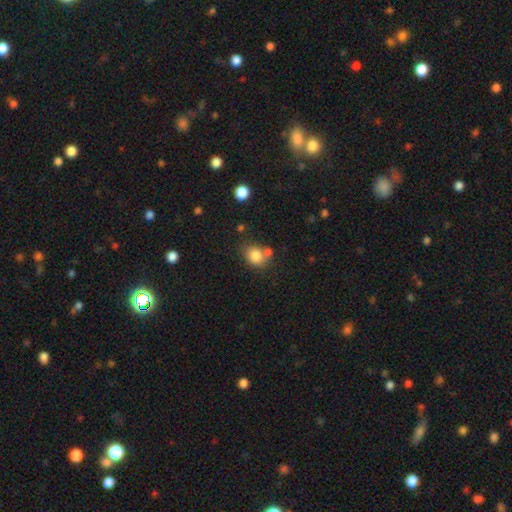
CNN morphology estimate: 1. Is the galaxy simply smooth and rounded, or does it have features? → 83% smooth, 10% star or artifact, 7% featured or disk.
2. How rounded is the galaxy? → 55% round, 44% in between, 1% cigar-shaped.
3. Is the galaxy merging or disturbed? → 56% none, 23% merger, 16% minor disturbance, 5% major disturbance.